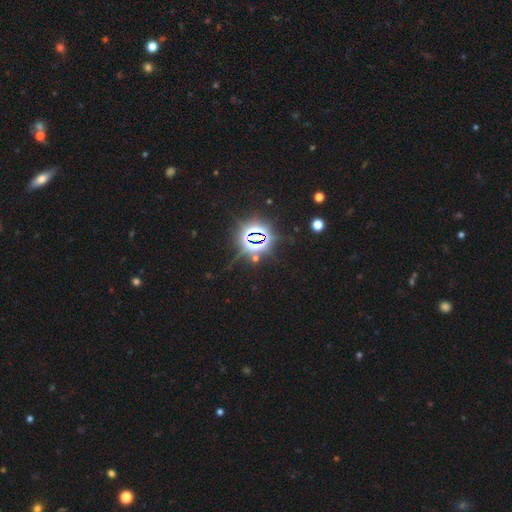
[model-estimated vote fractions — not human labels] Morphology: type=star or artifact (83%).